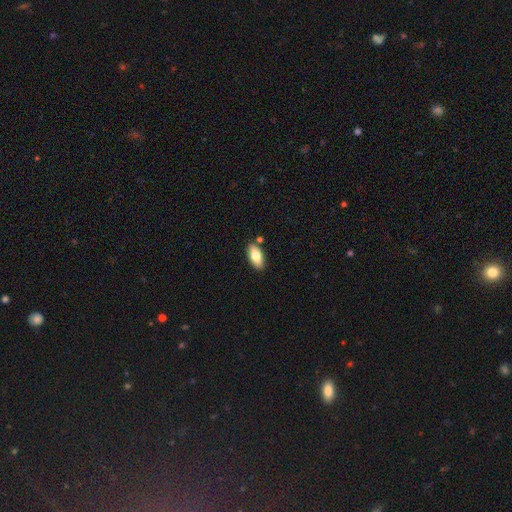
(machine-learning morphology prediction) type=smooth (77%); roundness=in between (90%); merging=none (83%).